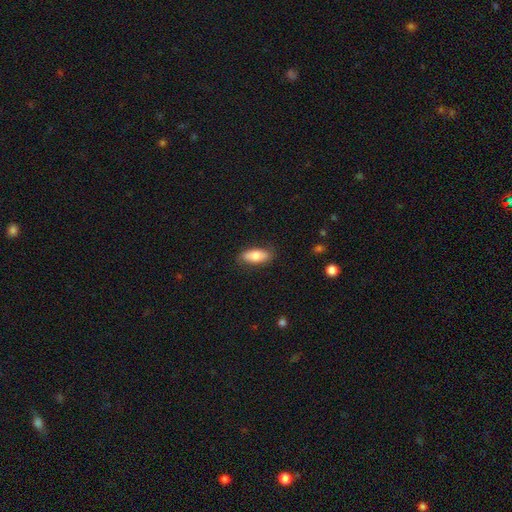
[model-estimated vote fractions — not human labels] A smooth galaxy with no disk features (75%) that is in between round and cigar-shaped (83%). Merging: none (81%).